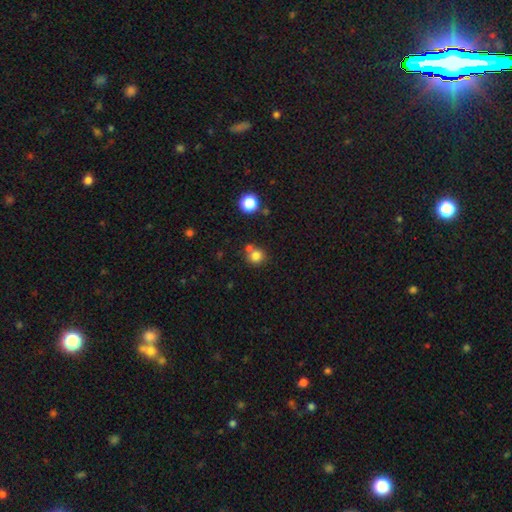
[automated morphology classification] This appears to be a smooth galaxy with no disk features (80%) that is round (88%). Merging: none (64%).